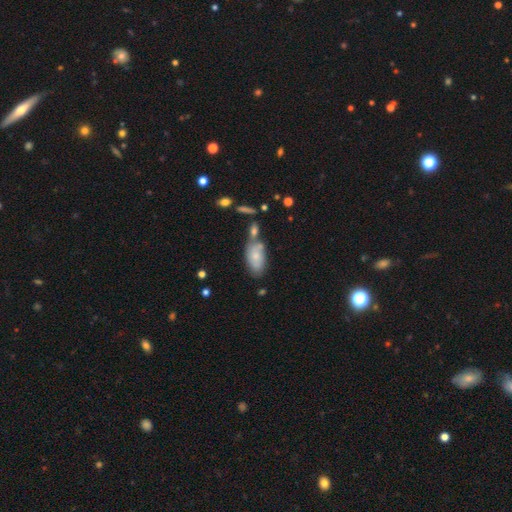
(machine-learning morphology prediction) smooth_or_featured: smooth (p=0.71) [alt: featured or disk p=0.21]
how_rounded: in between (p=0.92) [alt: cigar-shaped p=0.04]
merging: none (p=0.50) [alt: merger p=0.26]